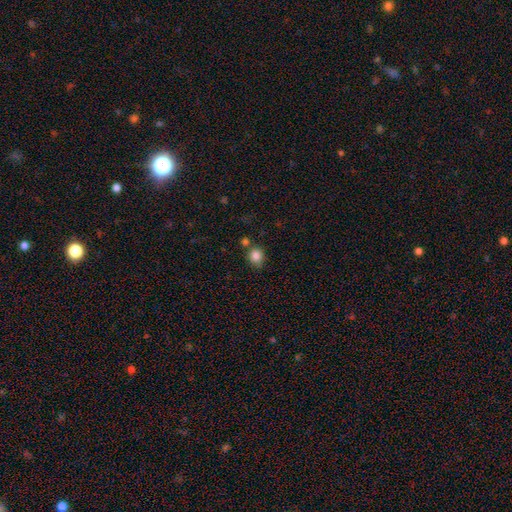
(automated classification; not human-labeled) smooth_or_featured: smooth (p=0.85) [alt: star or artifact p=0.10]
how_rounded: round (p=0.79) [alt: in between p=0.20]
merging: none (p=0.69) [alt: minor disturbance p=0.16]